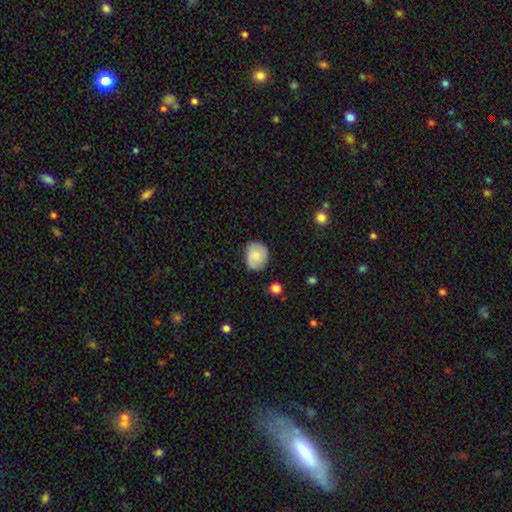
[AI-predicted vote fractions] The model was most divided on "how rounded": round: 64%, in between: 35%, cigar-shaped: 1%. More confident: smooth or featured — smooth (79%); merging — none (73%).